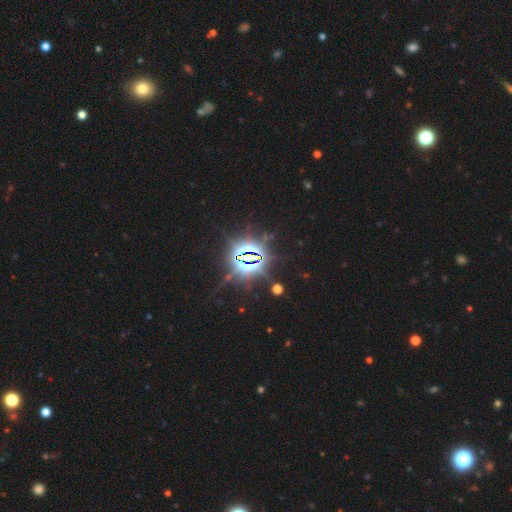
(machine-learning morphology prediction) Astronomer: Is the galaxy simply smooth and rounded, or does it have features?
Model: star or artifact — 86%.